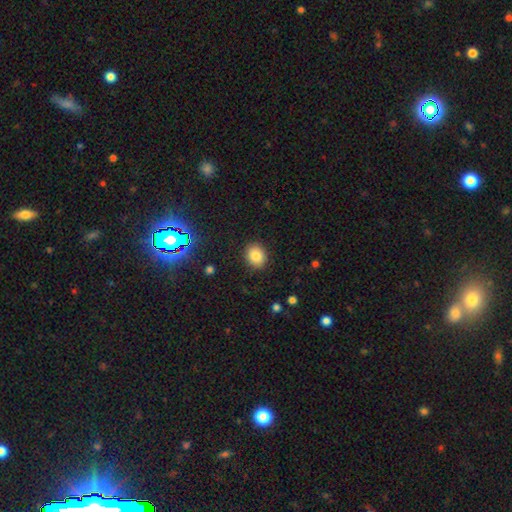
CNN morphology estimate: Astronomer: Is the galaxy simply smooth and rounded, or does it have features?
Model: smooth — 82%.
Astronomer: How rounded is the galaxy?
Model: round — 62% (runner-up: in between, 37%).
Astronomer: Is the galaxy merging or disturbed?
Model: none — 89%.